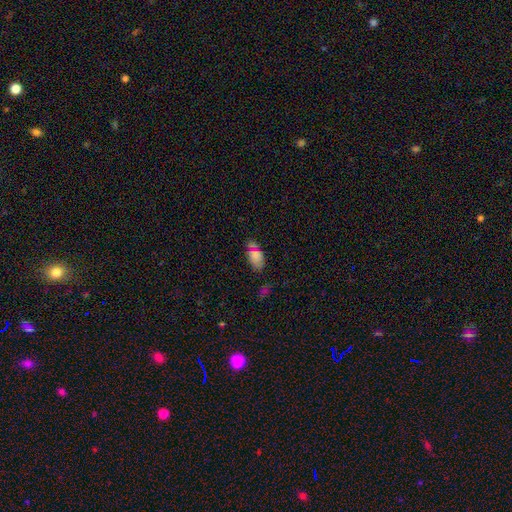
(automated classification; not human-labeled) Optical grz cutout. It shows a smooth galaxy with no disk features (71%) that is in between round and cigar-shaped (91%). Merging: none (62%).